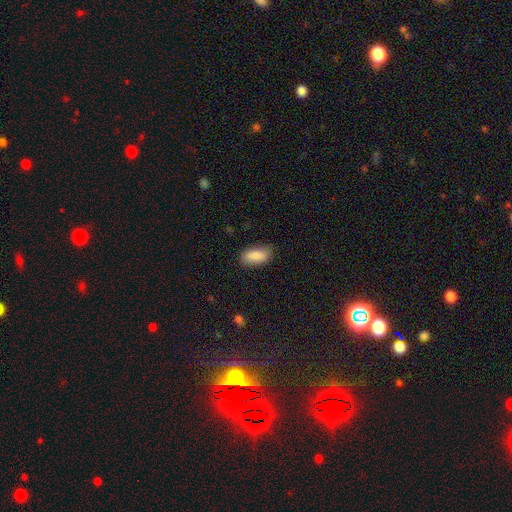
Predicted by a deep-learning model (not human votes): This is clearly a smooth galaxy (88%). How rounded: clearly in between (90%). Merging: likely none (76%).